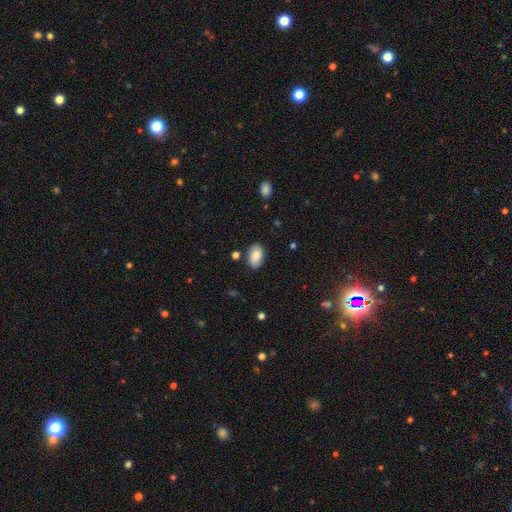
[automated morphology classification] Smooth or featured? smooth (86%)
How rounded? in between (93%)
Merging? none (83%)